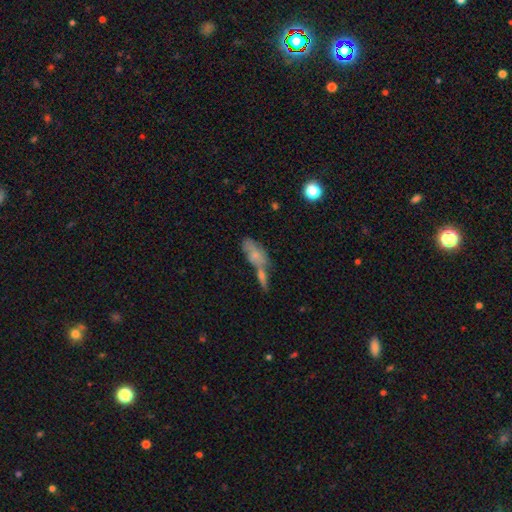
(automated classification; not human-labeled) Smooth or featured?
  - smooth: 61% *
  - featured or disk: 29%
  - star or artifact: 10%
How rounded?
  - in between: 78% *
  - cigar-shaped: 17%
  - round: 5%
Merging?
  - merger: 47% *
  - none: 31%
  - minor disturbance: 14%
  - major disturbance: 8%